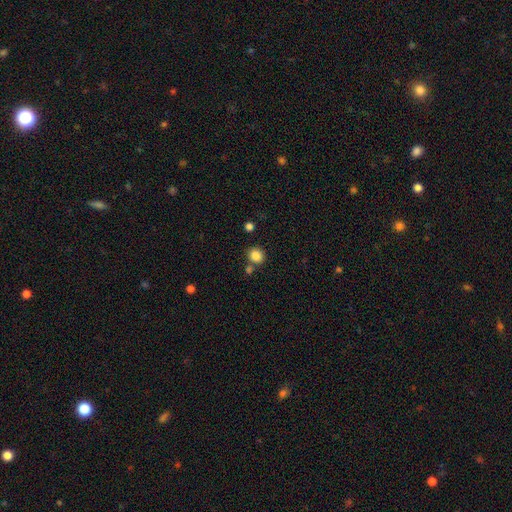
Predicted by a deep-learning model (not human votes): Q: Smooth or featured?
A: smooth (85%); runner-up: star or artifact (10%)
Q: How rounded?
A: round (80%); runner-up: in between (19%)
Q: Merging?
A: none (73%); runner-up: merger (14%)